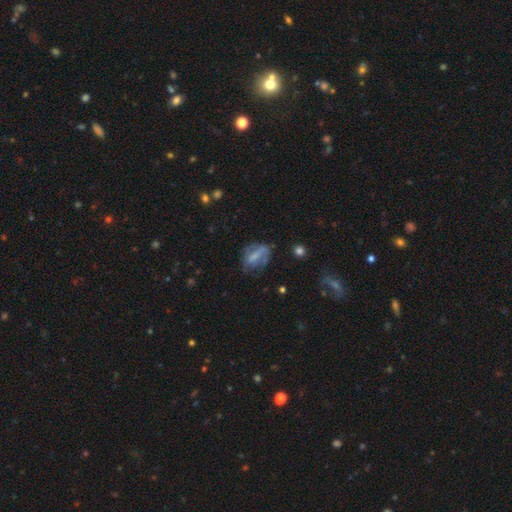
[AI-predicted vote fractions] Smooth or featured?
  - smooth: 48% *
  - featured or disk: 41%
  - star or artifact: 11%
Merging?
  - none: 48% *
  - minor disturbance: 28%
  - major disturbance: 20%
  - merger: 4%